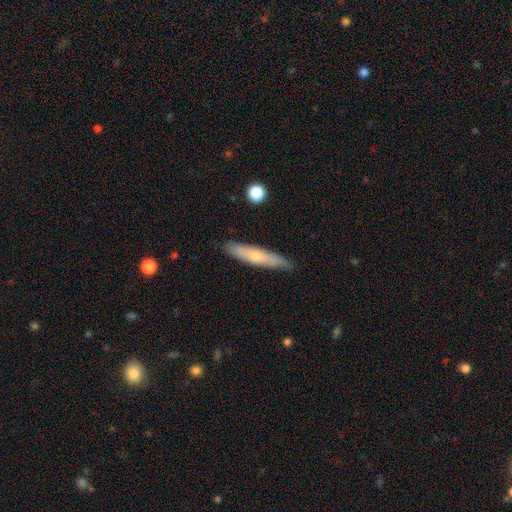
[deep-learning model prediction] Smooth or featured? smooth (56%)
How rounded? cigar-shaped (86%)
Merging? none (86%)